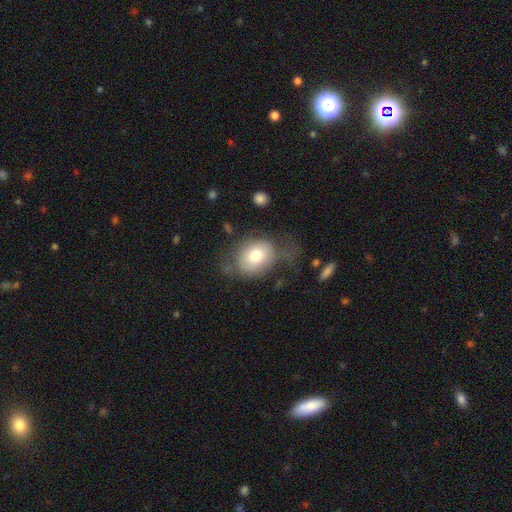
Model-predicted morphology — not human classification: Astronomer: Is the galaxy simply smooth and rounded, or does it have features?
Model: smooth — 70%.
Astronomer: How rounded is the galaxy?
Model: round — 58% (runner-up: in between, 41%).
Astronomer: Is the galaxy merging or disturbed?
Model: none — 47% (runner-up: major disturbance, 25%).